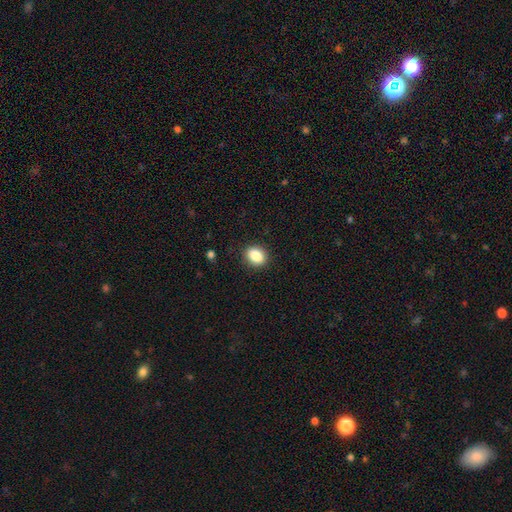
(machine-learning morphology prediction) A smooth galaxy with no disk features (87%) that is in between round and cigar-shaped (61%). Merging: none (88%).